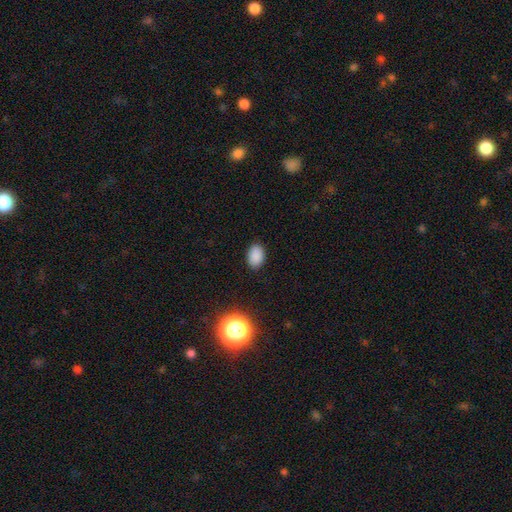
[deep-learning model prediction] This is clearly a smooth galaxy (85%). How rounded: clearly in between (83%). Merging: clearly none (87%).